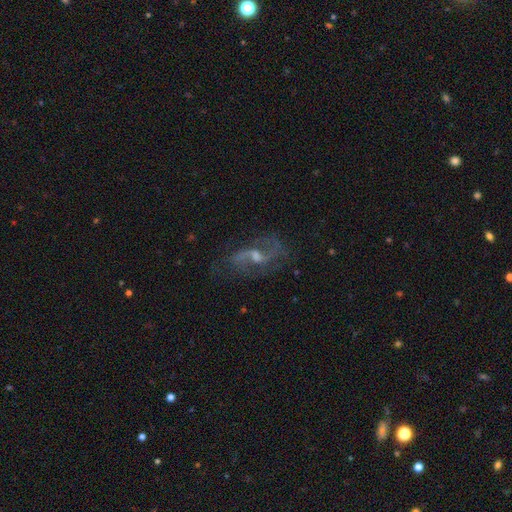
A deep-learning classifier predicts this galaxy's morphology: smooth_or_featured: featured or disk (p=0.80) [alt: star or artifact p=0.11]
disk_edge_on: no (p=0.95) [alt: yes p=0.05]
bar: weak (p=0.51) [alt: no p=0.31]
has_spiral_arms: yes (p=0.93) [alt: no p=0.07]
spiral_winding: loose (p=0.53) [alt: medium p=0.36]
spiral_arm_count: 2 (p=0.86) [alt: can't tell p=0.06]
bulge_size: moderate (p=0.50) [alt: small p=0.40]
merging: none (p=0.74) [alt: minor disturbance p=0.15]